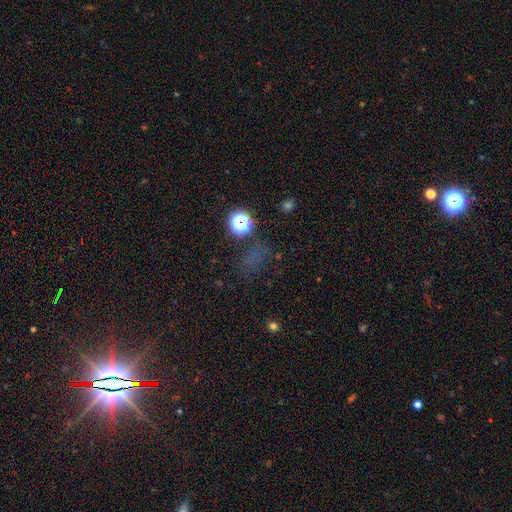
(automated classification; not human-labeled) star or artifact 47%, smooth 43%, featured or disk 10%.